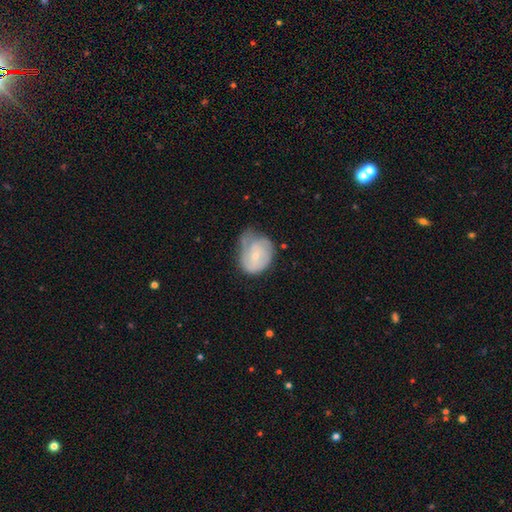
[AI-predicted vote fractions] This appears to be a featured or disk galaxy (50%). Merging: minor disturbance (41%).